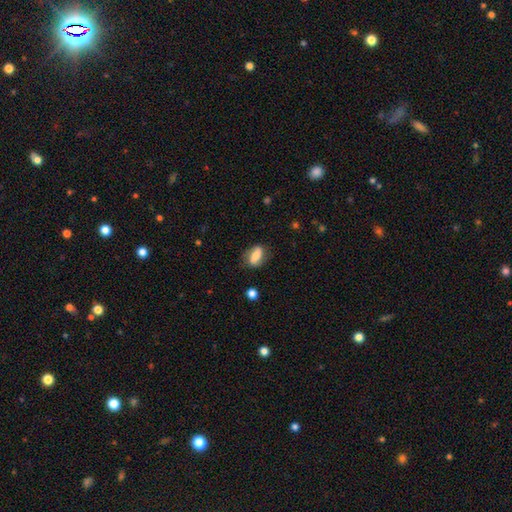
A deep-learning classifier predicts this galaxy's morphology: Q: Smooth or featured?
A: smooth (55%); runner-up: featured or disk (38%)
Q: How rounded?
A: in between (82%); runner-up: round (10%)
Q: Merging?
A: none (74%); runner-up: minor disturbance (18%)